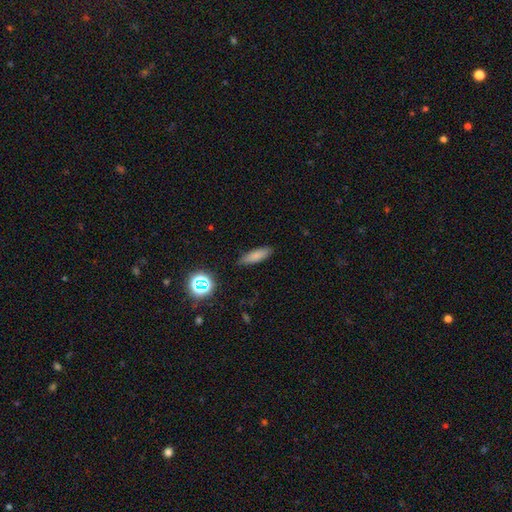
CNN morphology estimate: Smooth or featured? Predicted: smooth (p=0.77). How rounded? Predicted: cigar-shaped (p=0.50). Merging? Predicted: none (p=0.83).